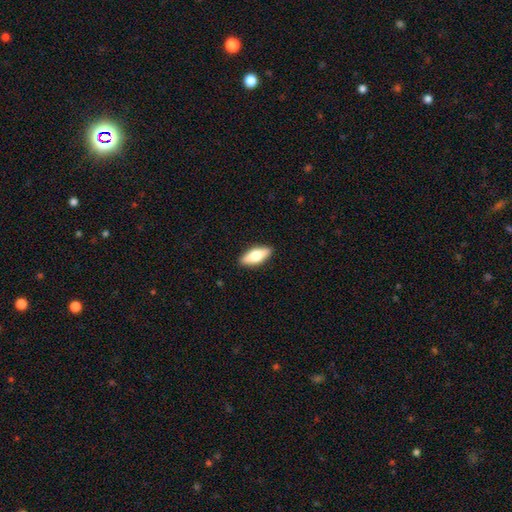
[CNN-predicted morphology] smooth-or-featured: smooth: 68% | featured or disk: 26% | star or artifact: 6%
  how-rounded: in between: 74% | cigar-shaped: 24% | round: 3%
  merging: none: 89% | minor disturbance: 8% | major disturbance: 2% | merger: 1%